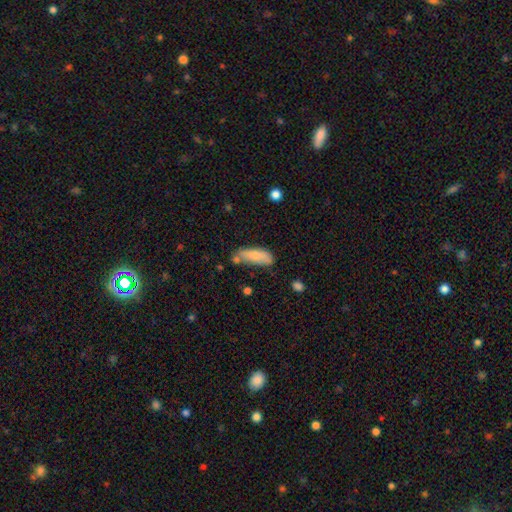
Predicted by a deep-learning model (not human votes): Smooth or featured?
  - smooth: 81% *
  - featured or disk: 13%
  - star or artifact: 6%
How rounded?
  - in between: 63% *
  - cigar-shaped: 35%
  - round: 2%
Merging?
  - none: 57% *
  - minor disturbance: 26%
  - merger: 11%
  - major disturbance: 6%